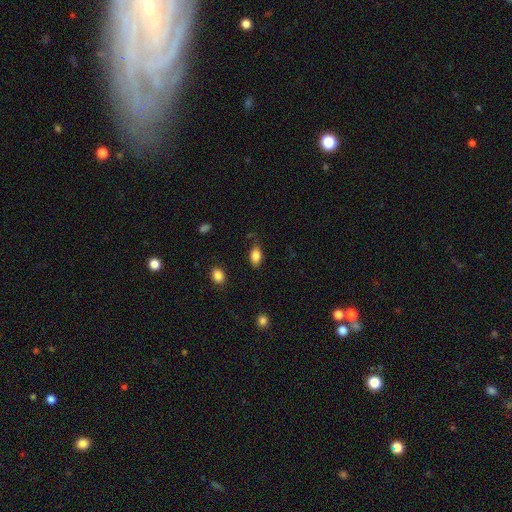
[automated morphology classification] type=smooth (84%); roundness=in between (89%); merging=none (75%).